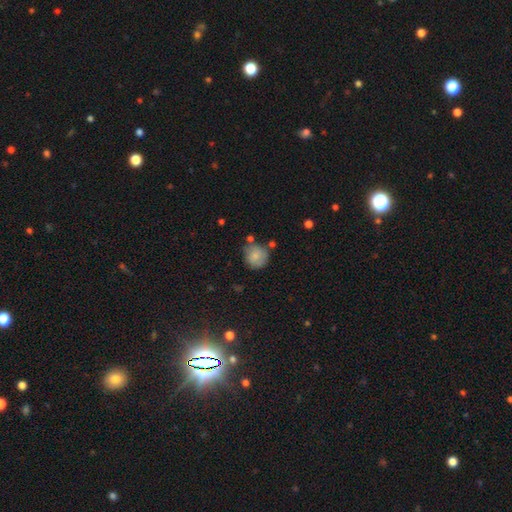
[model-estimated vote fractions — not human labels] Smooth or featured: smooth — 81% (featured or disk — 10%)
How rounded: round — 88% (in between — 11%)
Merging: none — 65% (minor disturbance — 21%)